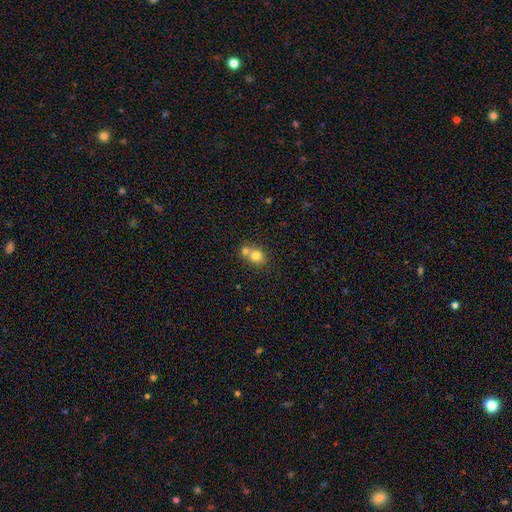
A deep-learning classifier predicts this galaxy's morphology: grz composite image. It shows a smooth galaxy with no disk features (77%) that is round (73%). Merging: merger (53%).